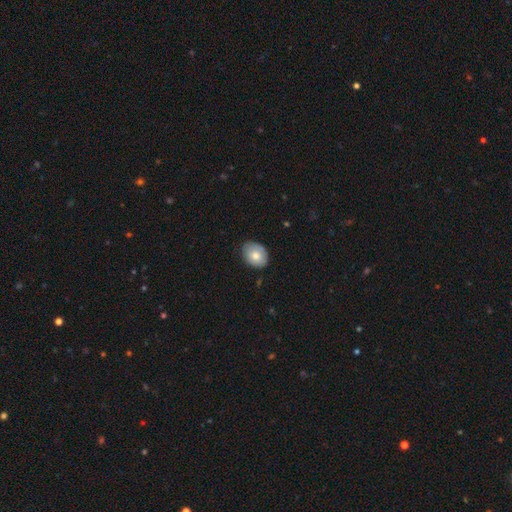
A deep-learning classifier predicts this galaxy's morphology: This is likely a smooth galaxy (73%). How rounded: likely in between (67%). Merging: likely none (73%).